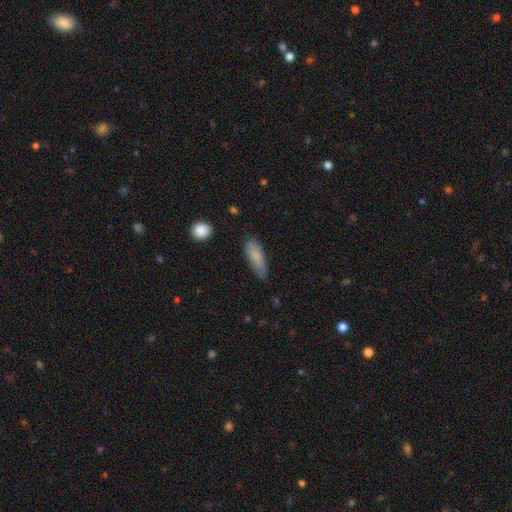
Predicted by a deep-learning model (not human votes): A smooth galaxy with no disk features (83%) that is in between round and cigar-shaped (52%). Merging: none (71%).